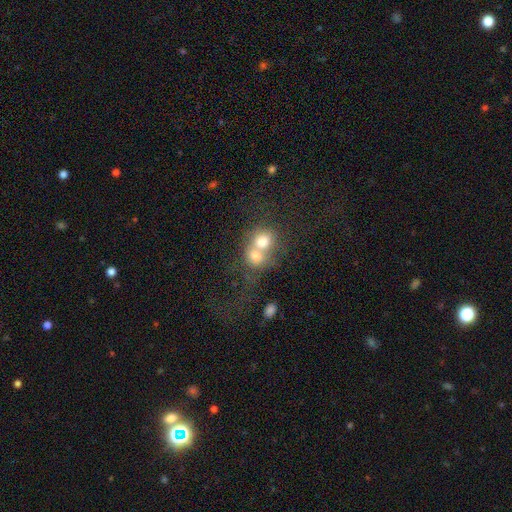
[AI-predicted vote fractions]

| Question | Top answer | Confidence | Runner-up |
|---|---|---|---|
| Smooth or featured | smooth | 69% | featured or disk (21%) |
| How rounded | round | 70% | in between (29%) |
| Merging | merger | 71% | none (19%) |